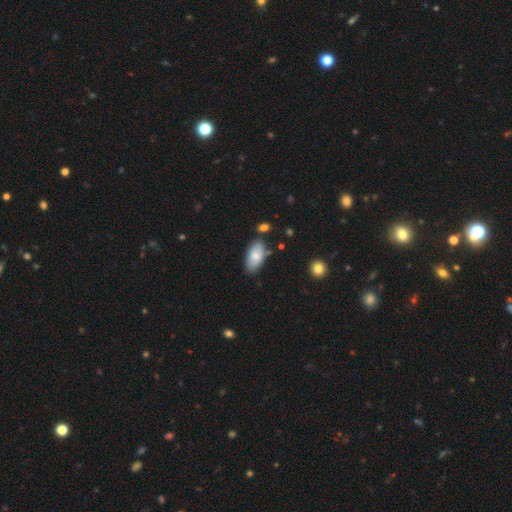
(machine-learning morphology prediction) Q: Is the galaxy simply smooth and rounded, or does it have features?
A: smooth — 78%.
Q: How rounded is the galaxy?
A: in between — 93%.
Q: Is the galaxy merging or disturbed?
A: none — 73%.